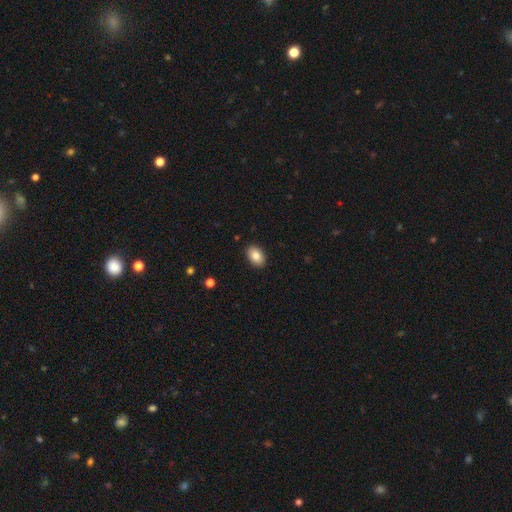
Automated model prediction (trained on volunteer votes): Smooth or featured? smooth (85%)
How rounded? in between (88%)
Merging? none (90%)